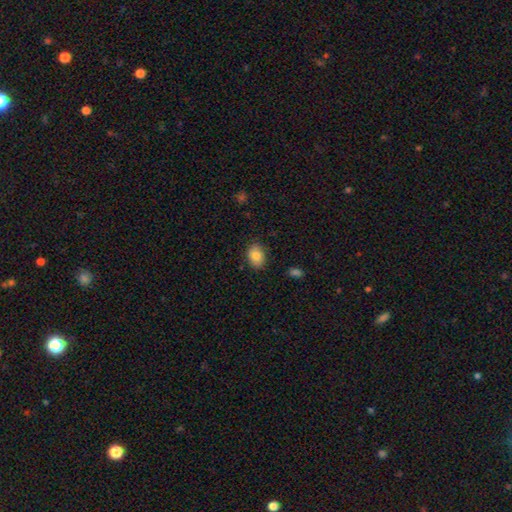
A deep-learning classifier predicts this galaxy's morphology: Smooth or featured? Predicted: smooth (p=0.85). How rounded? Predicted: in between (p=0.75). Merging? Predicted: none (p=0.84).